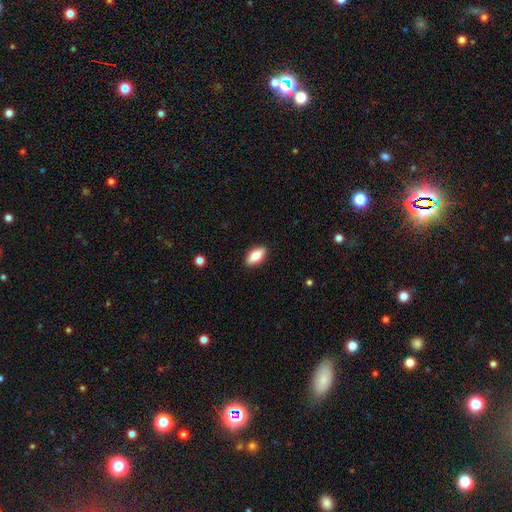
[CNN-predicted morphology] smooth_or_featured: smooth (p=0.74) [alt: featured or disk p=0.19]
how_rounded: in between (p=0.85) [alt: cigar-shaped p=0.12]
merging: none (p=0.89) [alt: minor disturbance p=0.08]